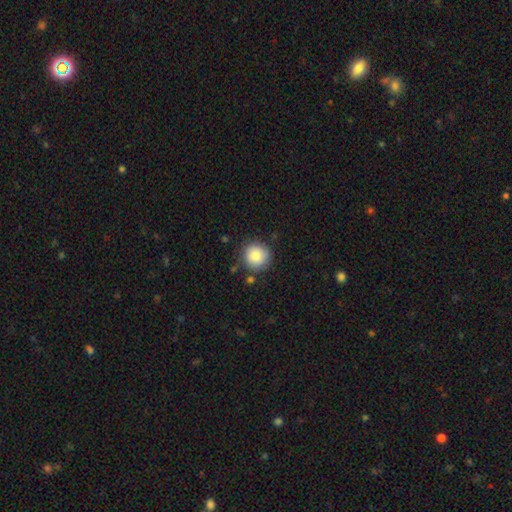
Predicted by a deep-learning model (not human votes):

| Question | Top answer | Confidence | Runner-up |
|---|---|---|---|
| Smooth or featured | smooth | 84% | star or artifact (8%) |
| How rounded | round | 94% | in between (5%) |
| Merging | none | 83% | minor disturbance (11%) |